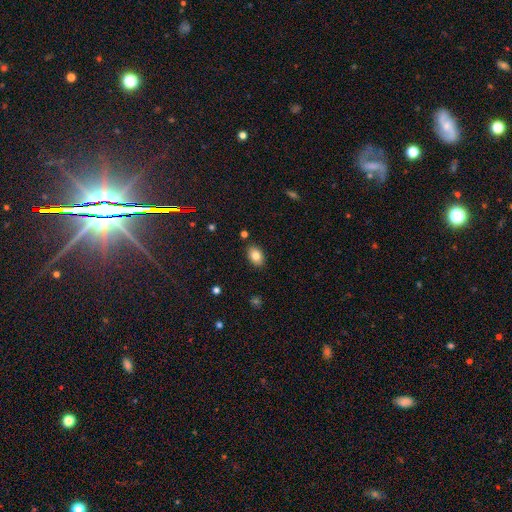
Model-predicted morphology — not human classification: Q: Smooth or featured?
A: smooth (82%); runner-up: featured or disk (9%)
Q: How rounded?
A: in between (85%); runner-up: round (14%)
Q: Merging?
A: none (86%); runner-up: minor disturbance (9%)